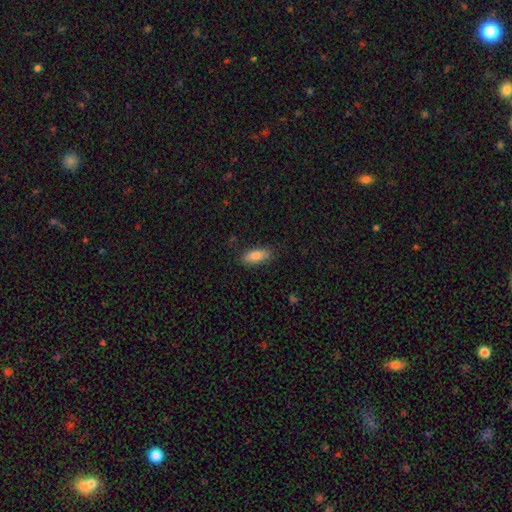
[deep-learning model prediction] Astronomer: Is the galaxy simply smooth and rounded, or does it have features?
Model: smooth — 83%.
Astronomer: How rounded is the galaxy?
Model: in between — 77%.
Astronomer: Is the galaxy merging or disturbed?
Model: none — 83%.